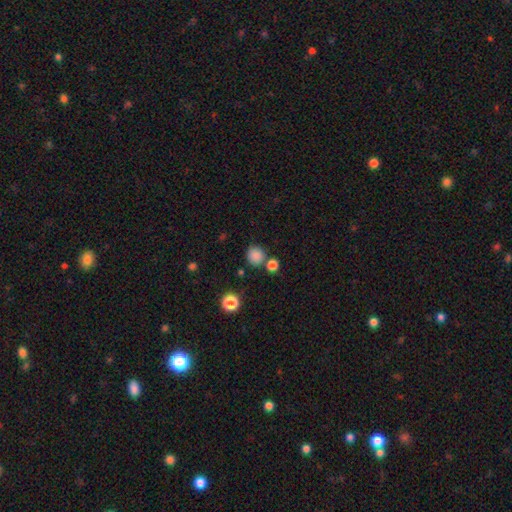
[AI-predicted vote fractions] Smooth or featured?
  - smooth: 84% *
  - star or artifact: 12%
  - featured or disk: 4%
How rounded?
  - round: 86% *
  - in between: 13%
  - cigar-shaped: 1%
Merging?
  - none: 73% *
  - merger: 13%
  - minor disturbance: 10%
  - major disturbance: 4%